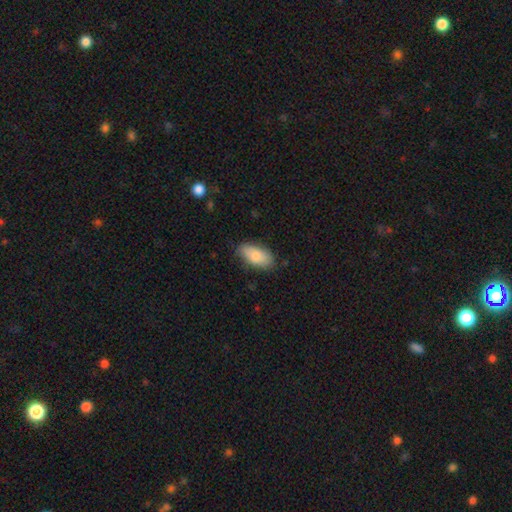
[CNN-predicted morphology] smooth_or_featured: smooth (p=0.83) [alt: featured or disk p=0.11]
how_rounded: in between (p=0.91) [alt: cigar-shaped p=0.07]
merging: none (p=0.80) [alt: minor disturbance p=0.16]